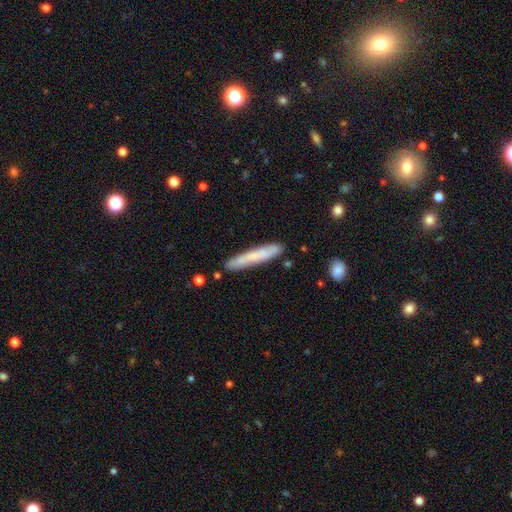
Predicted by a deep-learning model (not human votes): Overall: smooth (60%; featured or disk 33%). How rounded: cigar-shaped (94%). Merging: none (82%).